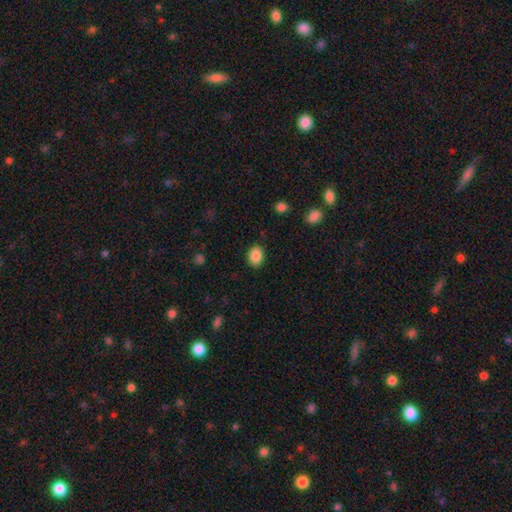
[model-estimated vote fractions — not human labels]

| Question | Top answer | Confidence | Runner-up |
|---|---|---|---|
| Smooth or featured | smooth | 88% | star or artifact (8%) |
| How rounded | in between | 68% | round (31%) |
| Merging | none | 86% | minor disturbance (10%) |